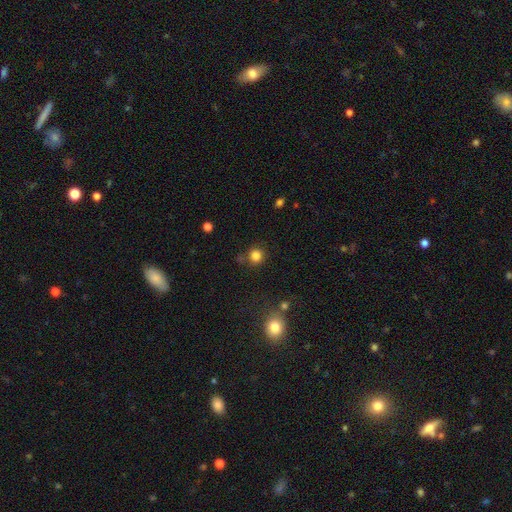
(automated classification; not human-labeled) smooth 83%, star or artifact 13%, featured or disk 4%. Down the decision tree: how rounded — round (92%); merging — none (79%).